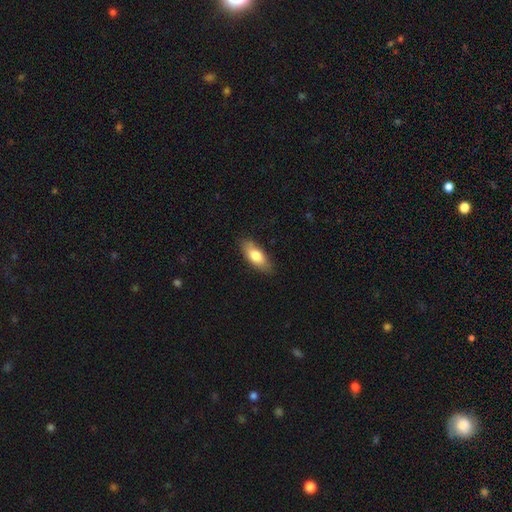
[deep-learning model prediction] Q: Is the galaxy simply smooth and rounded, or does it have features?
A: smooth — 77%.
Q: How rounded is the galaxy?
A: in between — 80%.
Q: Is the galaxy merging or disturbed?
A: none — 84%.